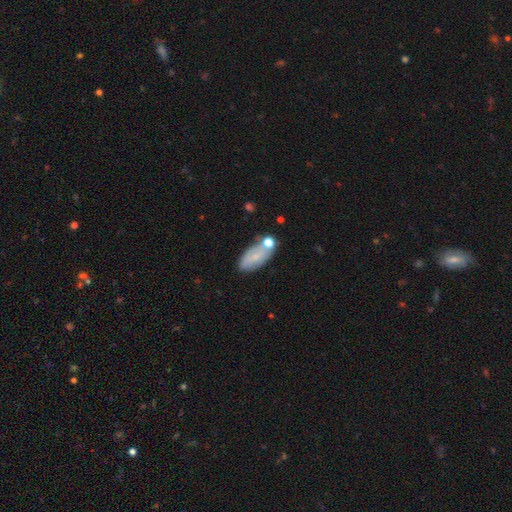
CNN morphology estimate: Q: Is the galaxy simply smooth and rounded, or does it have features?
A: smooth — 60%.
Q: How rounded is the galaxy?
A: in between — 88%.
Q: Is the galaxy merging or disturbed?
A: none — 56%.